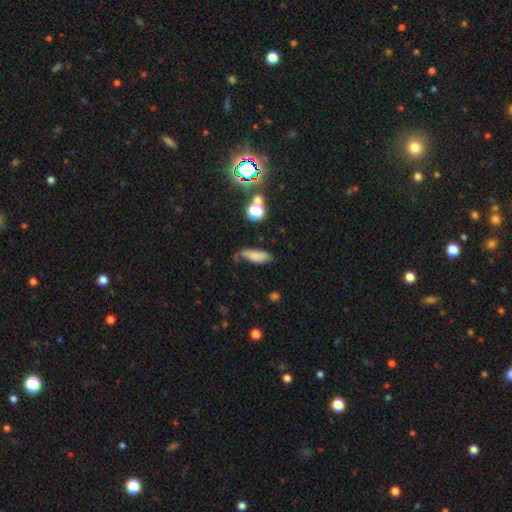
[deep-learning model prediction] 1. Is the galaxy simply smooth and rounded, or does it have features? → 69% smooth, 19% featured or disk, 12% star or artifact.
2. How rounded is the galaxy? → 66% in between, 29% cigar-shaped, 4% round.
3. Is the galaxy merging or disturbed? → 44% none, 34% minor disturbance, 17% major disturbance, 5% merger.